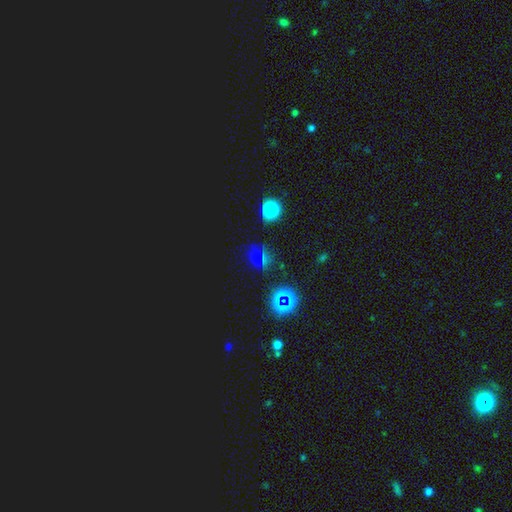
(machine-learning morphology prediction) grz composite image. It shows a star or artifact, not a galaxy (60%).